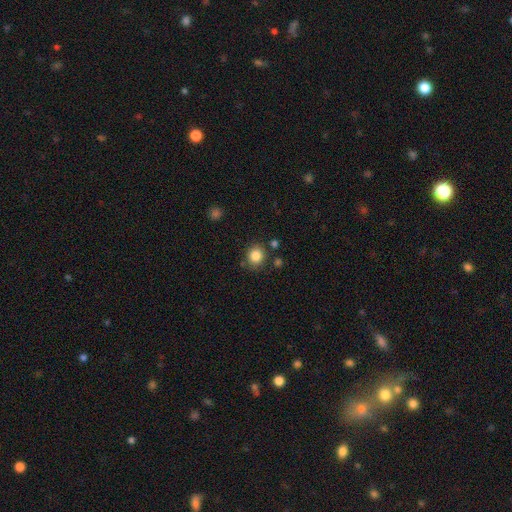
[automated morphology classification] Smooth or featured? Predicted: smooth (p=0.84). How rounded? Predicted: round (p=0.79). Merging? Predicted: none (p=0.81).